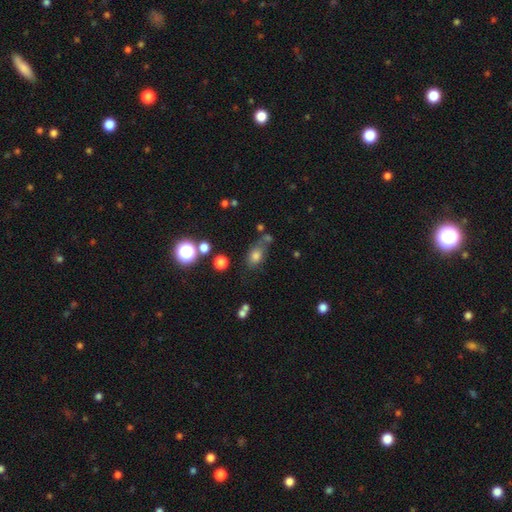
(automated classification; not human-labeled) smooth 74%, star or artifact 15%, featured or disk 10%. Down the decision tree: how rounded — in between (70%); merging — none (52%).